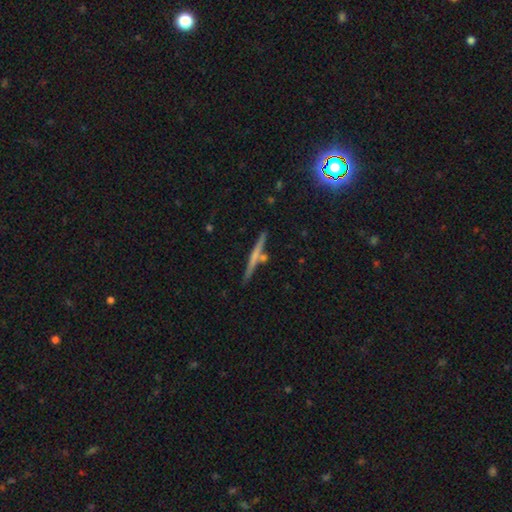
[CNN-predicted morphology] This is possibly a featured or disk galaxy (50%). It is clearly viewed edge-on (97%). Merging: likely none (78%).